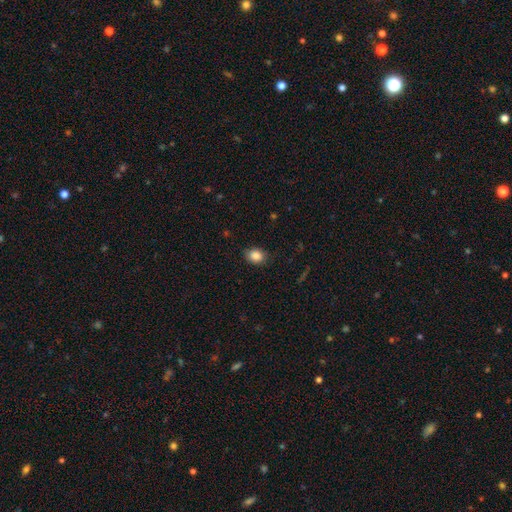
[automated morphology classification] Q: Smooth or featured?
A: smooth (86%); runner-up: star or artifact (9%)
Q: How rounded?
A: in between (51%); runner-up: round (48%)
Q: Merging?
A: none (85%); runner-up: minor disturbance (12%)